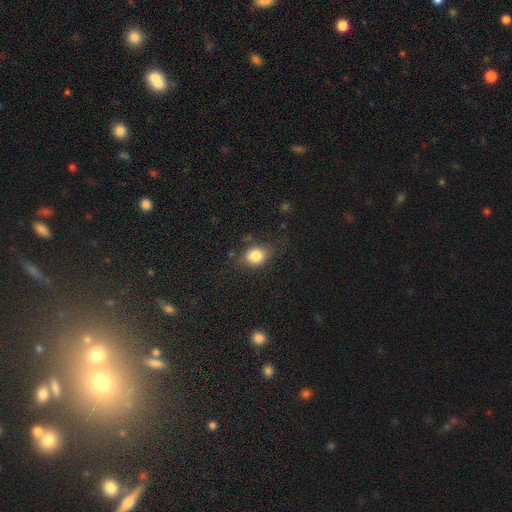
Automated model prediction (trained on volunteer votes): Q: Smooth or featured?
A: smooth (81%); runner-up: star or artifact (11%)
Q: How rounded?
A: round (53%); runner-up: in between (46%)
Q: Merging?
A: none (70%); runner-up: minor disturbance (20%)